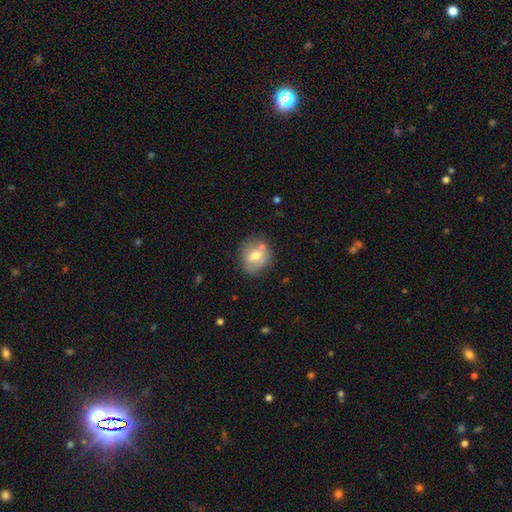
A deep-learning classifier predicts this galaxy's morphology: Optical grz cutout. It shows a smooth galaxy with no disk features (63%) that is round (68%). Merging: none (64%).